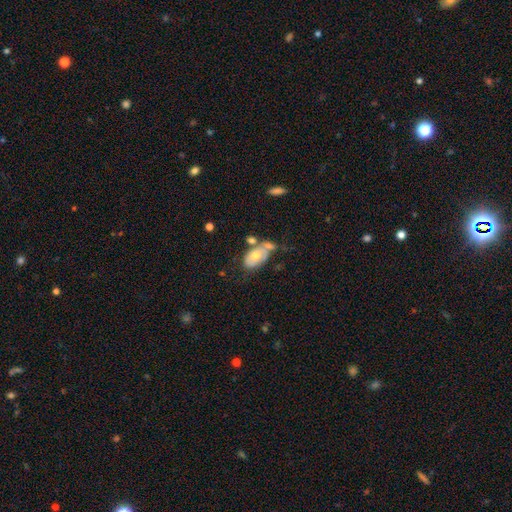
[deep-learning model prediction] Smooth or featured?
  - smooth: 47% *
  - featured or disk: 46%
  - star or artifact: 7%
Merging?
  - merger: 30% * (tied)
  - none: 30% * (tied)
  - minor disturbance: 23%
  - major disturbance: 17%